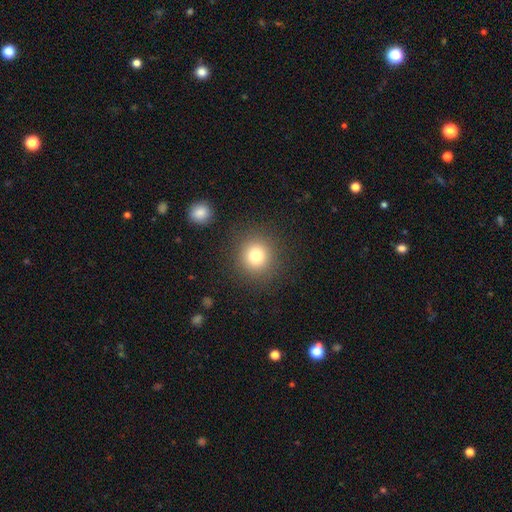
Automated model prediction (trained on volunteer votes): Q: Smooth or featured?
A: smooth (77%); runner-up: star or artifact (14%)
Q: How rounded?
A: round (92%); runner-up: in between (7%)
Q: Merging?
A: none (88%); runner-up: minor disturbance (7%)